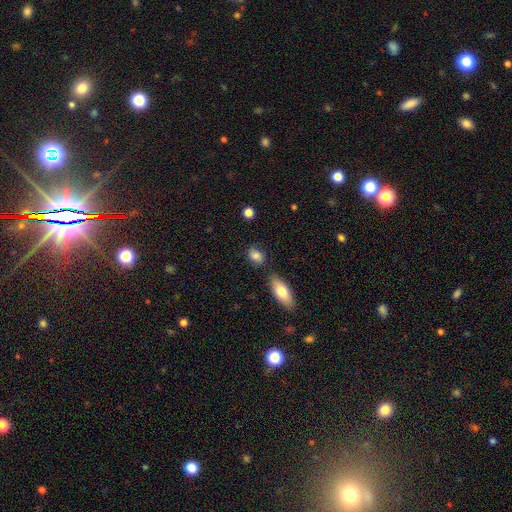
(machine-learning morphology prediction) type=smooth (82%); roundness=in between (74%); merging=none (70%).